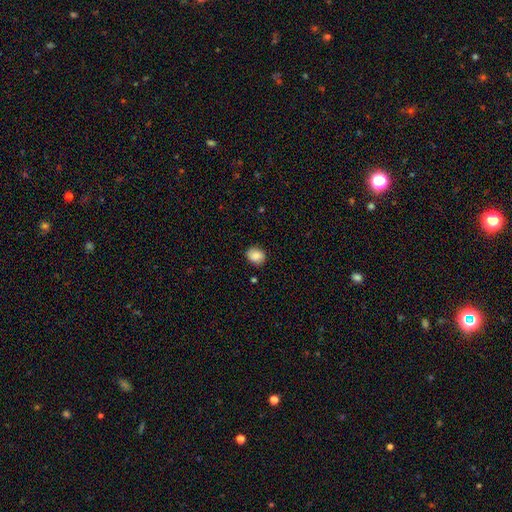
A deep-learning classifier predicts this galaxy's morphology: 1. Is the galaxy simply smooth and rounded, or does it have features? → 86% smooth, 8% star or artifact, 6% featured or disk.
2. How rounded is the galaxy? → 59% round, 40% in between, 1% cigar-shaped.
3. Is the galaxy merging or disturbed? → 85% none, 11% minor disturbance, 2% major disturbance, 1% merger.